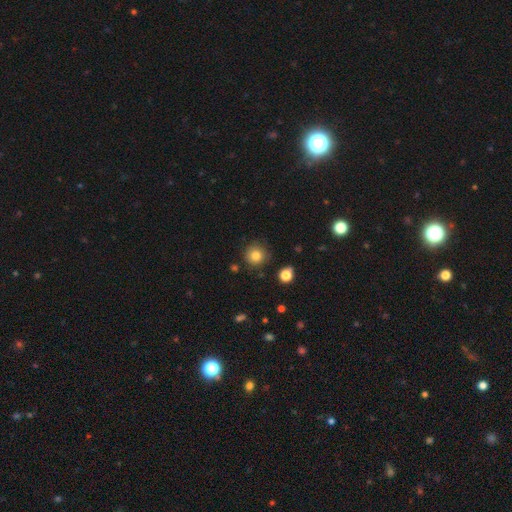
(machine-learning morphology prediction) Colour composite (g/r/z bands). It shows a smooth galaxy with no disk features (81%) that is round (93%). Merging: none (85%).